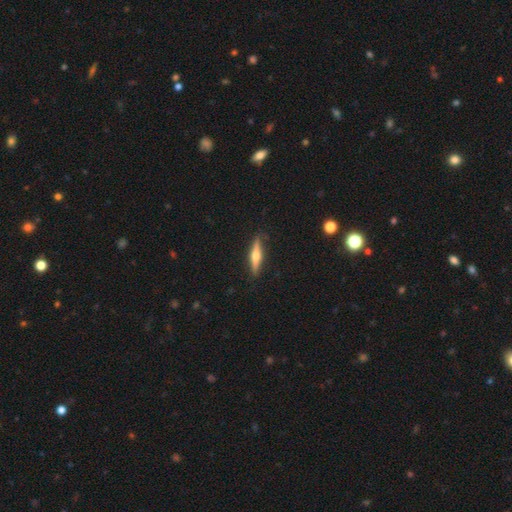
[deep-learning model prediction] This is possibly a featured or disk galaxy (58%). It is clearly viewed edge-on (96%). Edge-on bulge: clearly rounded (91%). Merging: clearly none (86%).